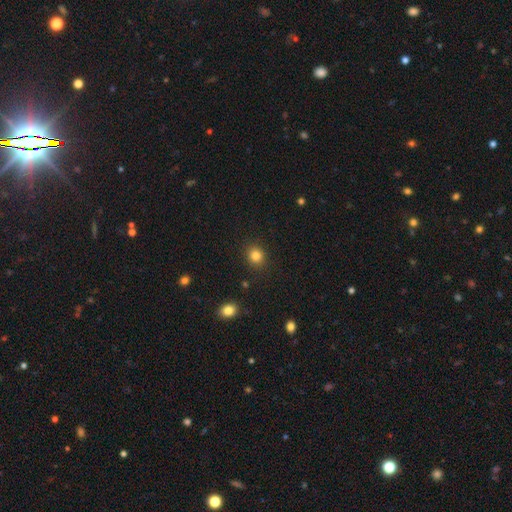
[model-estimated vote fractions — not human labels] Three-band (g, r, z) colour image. It shows a smooth galaxy with no disk features (83%) that is round (82%). Merging: none (89%).